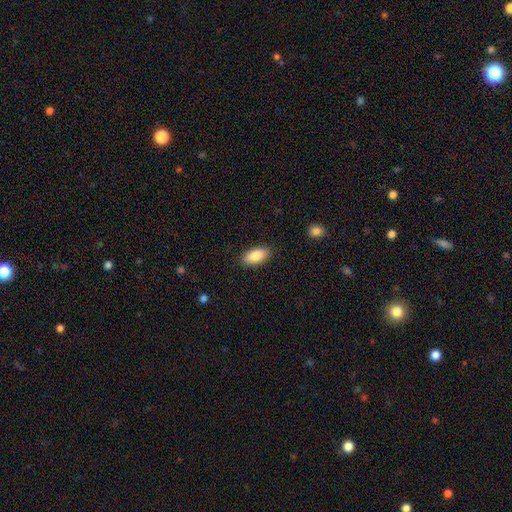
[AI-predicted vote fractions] This is clearly a smooth galaxy (85%). How rounded: clearly in between (90%). Merging: clearly none (88%).